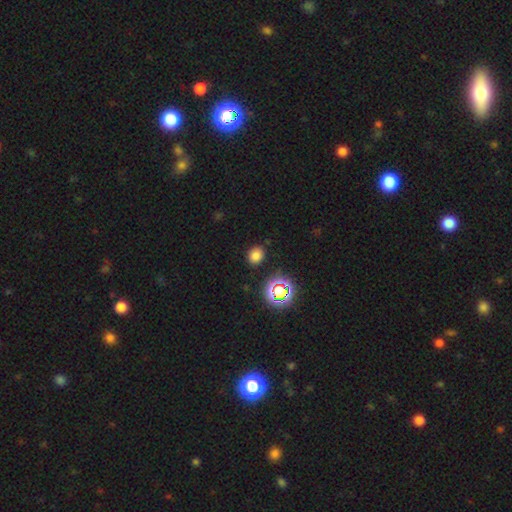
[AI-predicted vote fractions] smooth_or_featured: smooth (p=0.75) [alt: star or artifact p=0.19]
how_rounded: round (p=0.60) [alt: in between p=0.39]
merging: none (p=0.87) [alt: minor disturbance p=0.09]